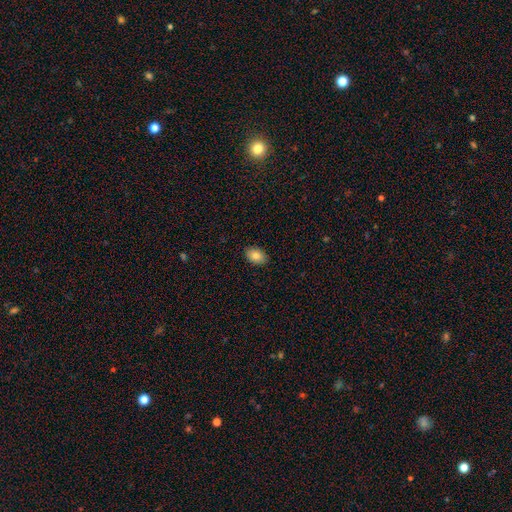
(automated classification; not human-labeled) Smooth or featured? smooth (83%)
How rounded? in between (86%)
Merging? none (89%)